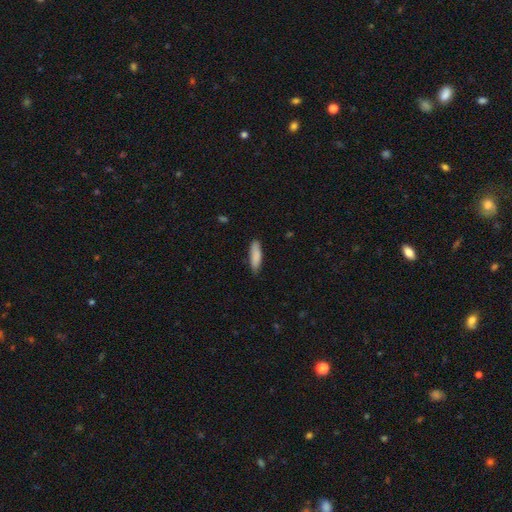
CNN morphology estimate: Smooth or featured: smooth — 86% (featured or disk — 8%)
How rounded: cigar-shaped — 64% (in between — 35%)
Merging: none — 80% (minor disturbance — 16%)